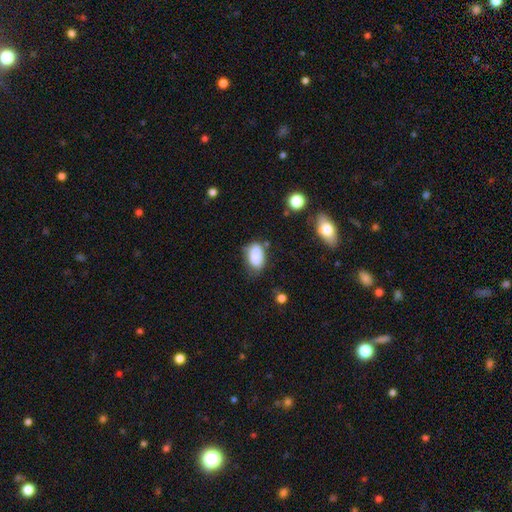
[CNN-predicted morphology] A smooth galaxy with no disk features (82%) that is in between round and cigar-shaped (88%). Merging: none (52%).